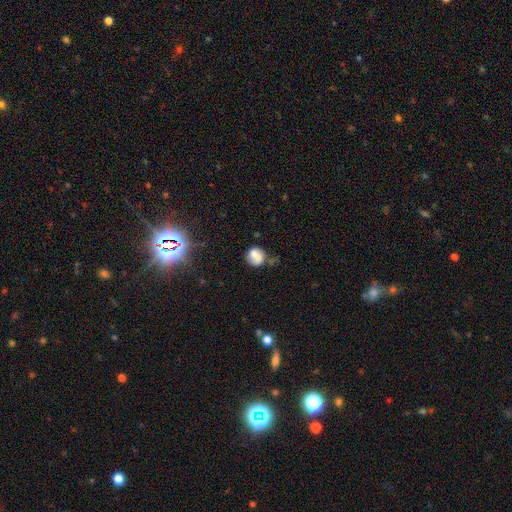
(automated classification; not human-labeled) Smooth or featured: smooth — 68% (featured or disk — 20%)
How rounded: round — 67% (in between — 32%)
Merging: none — 51% (minor disturbance — 28%)